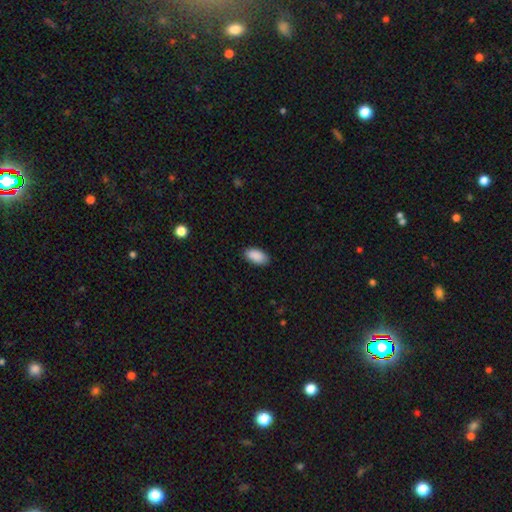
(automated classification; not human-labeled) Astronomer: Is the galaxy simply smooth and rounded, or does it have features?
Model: smooth — 91%.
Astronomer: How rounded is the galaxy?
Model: in between — 94%.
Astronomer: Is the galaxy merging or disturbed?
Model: none — 88%.